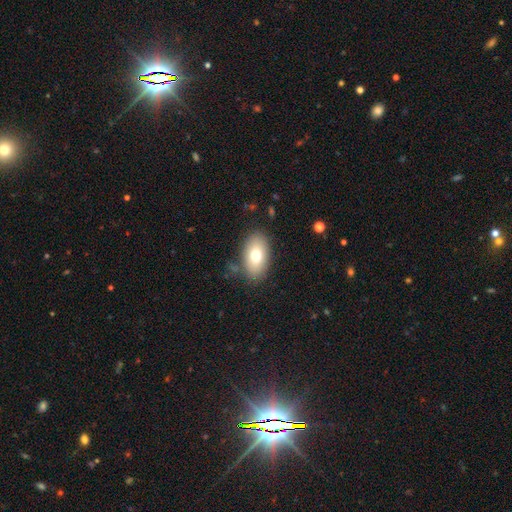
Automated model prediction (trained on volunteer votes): Q: Smooth or featured?
A: smooth (73%); runner-up: featured or disk (19%)
Q: How rounded?
A: in between (92%); runner-up: round (6%)
Q: Merging?
A: none (83%); runner-up: minor disturbance (12%)